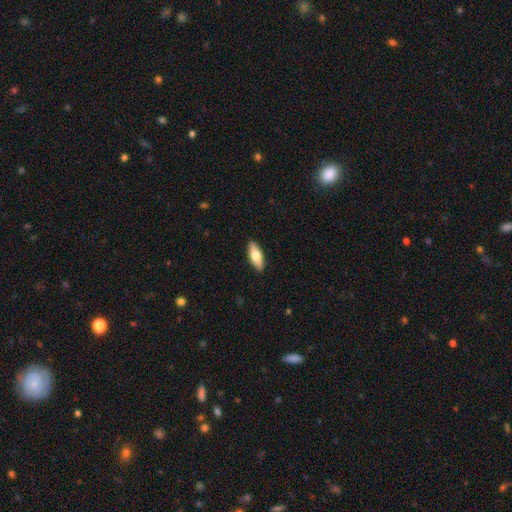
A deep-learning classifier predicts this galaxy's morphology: Smooth or featured?
  - smooth: 71% *
  - featured or disk: 24%
  - star or artifact: 5%
How rounded?
  - in between: 66% *
  - cigar-shaped: 32%
  - round: 2%
Merging?
  - none: 90% *
  - minor disturbance: 7%
  - major disturbance: 1%
  - merger: 1%